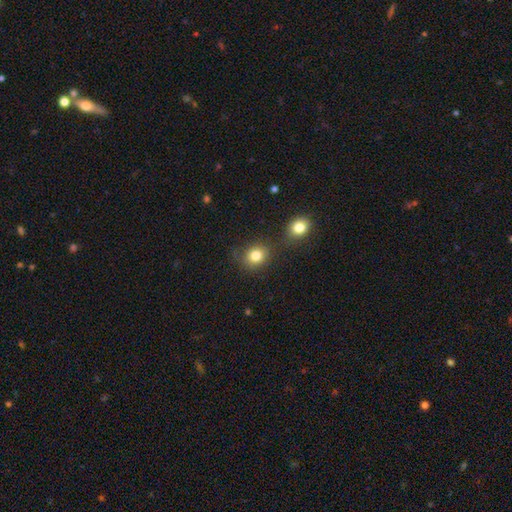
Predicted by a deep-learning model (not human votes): smooth_or_featured: smooth (p=0.81) [alt: star or artifact p=0.11]
how_rounded: round (p=0.68) [alt: in between p=0.31]
merging: none (p=0.68) [alt: minor disturbance p=0.14]